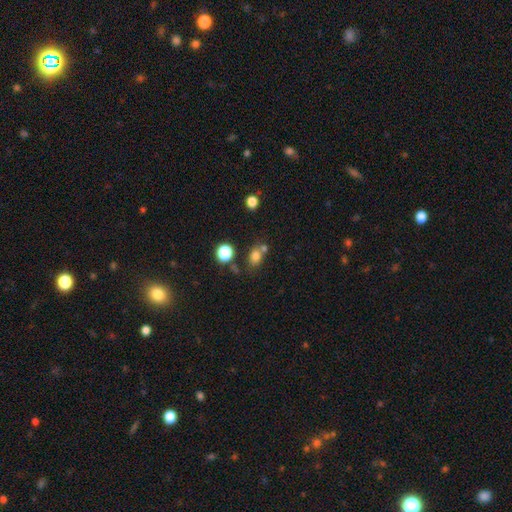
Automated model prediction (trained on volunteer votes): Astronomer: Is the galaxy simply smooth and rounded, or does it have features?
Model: smooth — 77%.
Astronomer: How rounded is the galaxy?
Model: in between — 54% (runner-up: round, 44%).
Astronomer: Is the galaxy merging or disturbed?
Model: none — 57%.